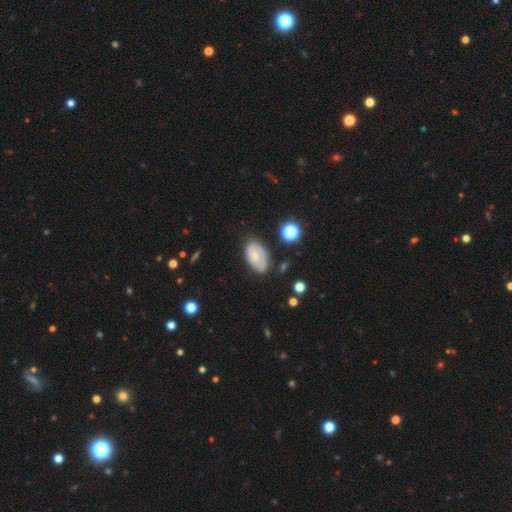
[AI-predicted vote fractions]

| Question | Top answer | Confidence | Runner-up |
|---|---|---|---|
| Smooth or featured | smooth | 55% | featured or disk (37%) |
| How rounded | in between | 91% | round (7%) |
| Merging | none | 67% | minor disturbance (23%) |